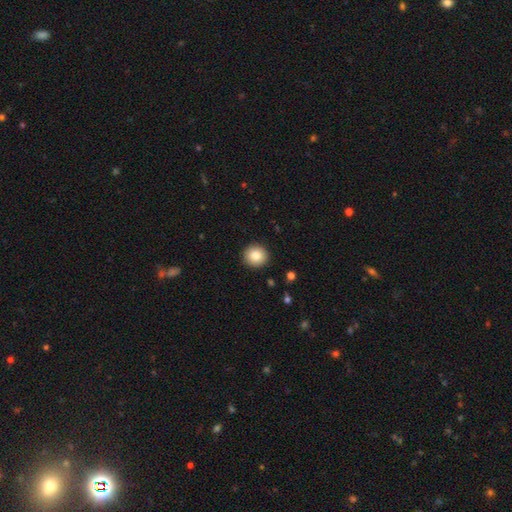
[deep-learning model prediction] This is clearly a smooth galaxy (84%). How rounded: clearly round (91%). Merging: clearly none (92%).